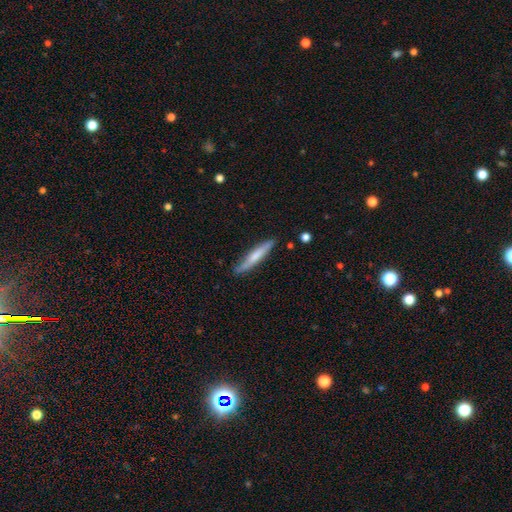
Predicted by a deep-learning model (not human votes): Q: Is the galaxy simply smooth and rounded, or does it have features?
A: smooth — 61%.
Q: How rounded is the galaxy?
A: cigar-shaped — 93%.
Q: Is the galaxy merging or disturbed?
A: none — 81%.